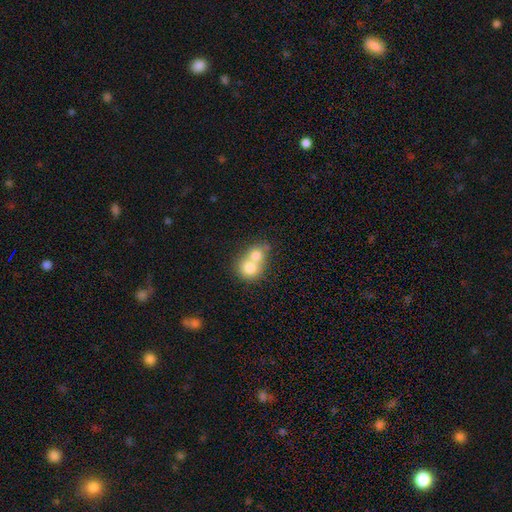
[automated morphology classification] Overall: smooth (72%). How rounded: round (72%). Merging: merger (73%).